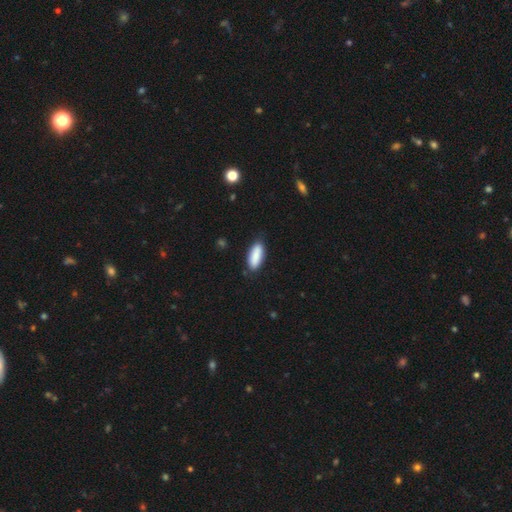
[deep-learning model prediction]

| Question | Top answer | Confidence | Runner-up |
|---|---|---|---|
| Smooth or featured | smooth | 84% | featured or disk (10%) |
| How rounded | in between | 77% | cigar-shaped (21%) |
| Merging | none | 82% | minor disturbance (14%) |